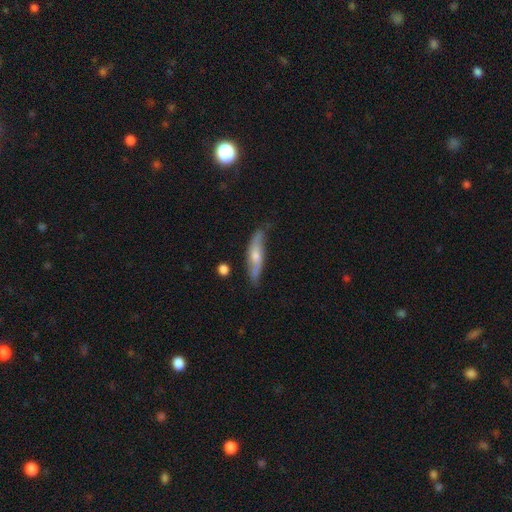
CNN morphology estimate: A featured or disk galaxy (56%) viewed edge-on (63%).

Vote fractions:
- Smooth or featured? featured or disk: 56% / smooth: 38% / star or artifact: 6%
- Edge-on disk? yes: 63% / no: 37%
- Merging? none: 72% / minor disturbance: 21% / major disturbance: 4% / merger: 3%